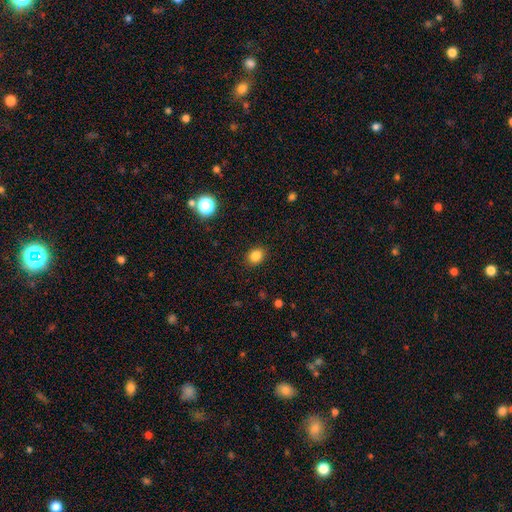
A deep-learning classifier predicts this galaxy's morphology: Q: Smooth or featured?
A: smooth (84%); runner-up: star or artifact (12%)
Q: How rounded?
A: round (57%); runner-up: in between (42%)
Q: Merging?
A: none (89%); runner-up: minor disturbance (7%)